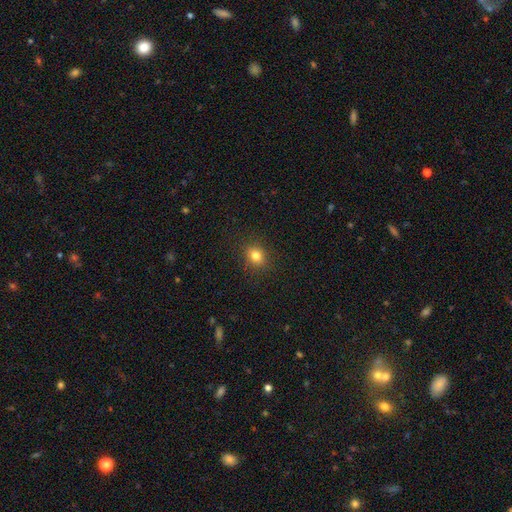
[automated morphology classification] The model was most divided on "how rounded": round: 63%, in between: 36%, cigar-shaped: 1%. More confident: merging — none (89%); smooth or featured — smooth (81%).